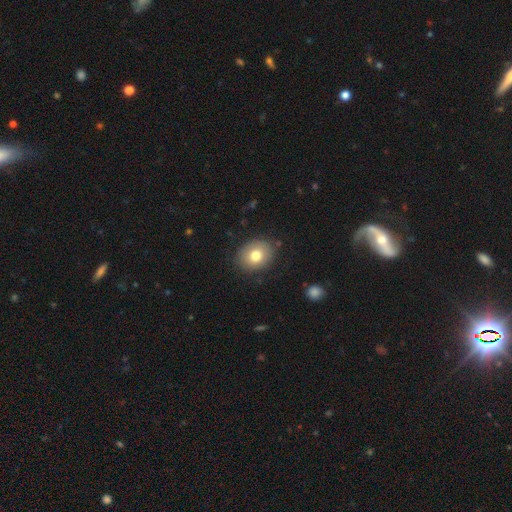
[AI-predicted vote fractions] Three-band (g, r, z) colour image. It shows a smooth galaxy with no disk features (78%) that is in between round and cigar-shaped (50%). Merging: none (85%).